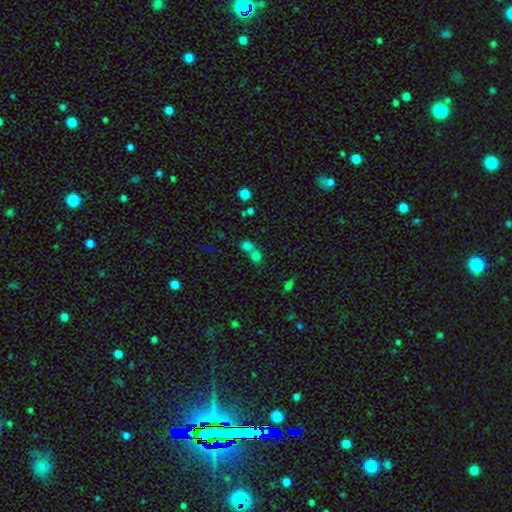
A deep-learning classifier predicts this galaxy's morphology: Smooth or featured? smooth (71%)
How rounded? round (72%)
Merging? merger (49%)